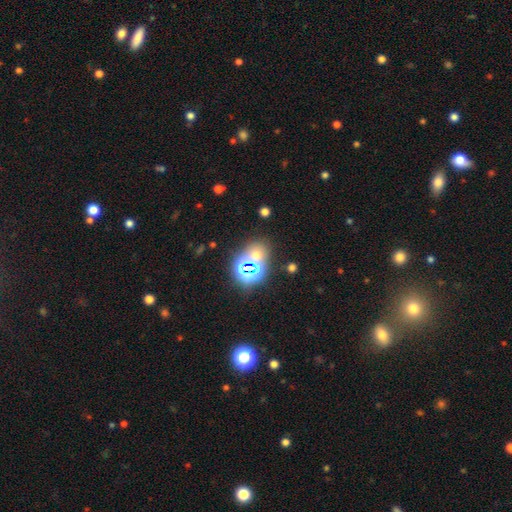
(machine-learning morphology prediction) Overall: star or artifact (51%; smooth 39%).